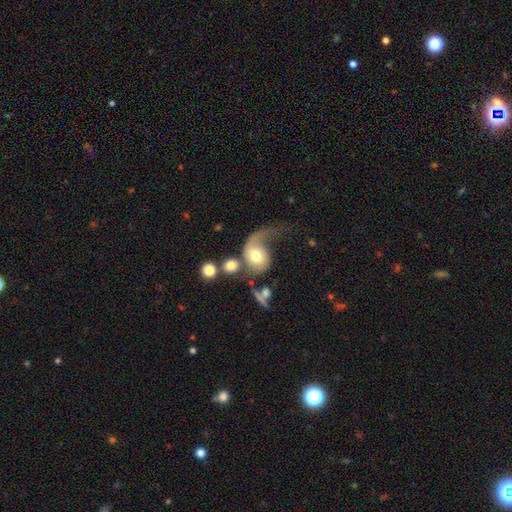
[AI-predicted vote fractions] Smooth or featured?
  - featured or disk: 49% *
  - smooth: 43%
  - star or artifact: 8%
Merging?
  - major disturbance: 44% *
  - merger: 22%
  - none: 19%
  - minor disturbance: 14%